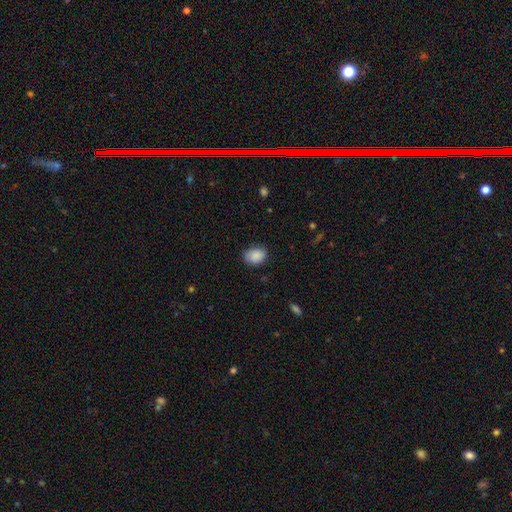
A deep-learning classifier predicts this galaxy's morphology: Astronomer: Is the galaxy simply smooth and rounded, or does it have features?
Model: smooth — 86%.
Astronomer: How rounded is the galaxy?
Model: in between — 67%.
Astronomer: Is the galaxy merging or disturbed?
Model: none — 76%.